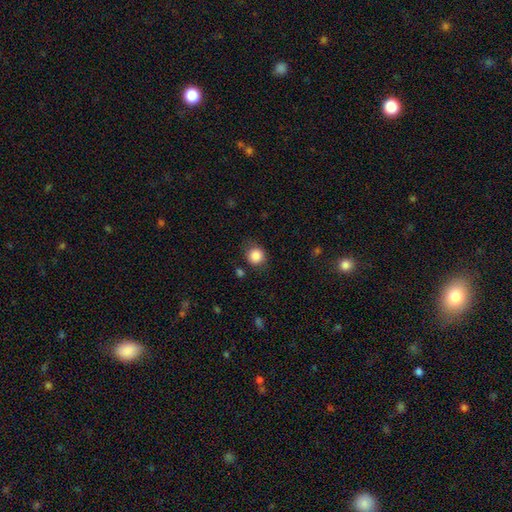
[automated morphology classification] Smooth or featured? smooth (86%)
How rounded? round (87%)
Merging? none (80%)